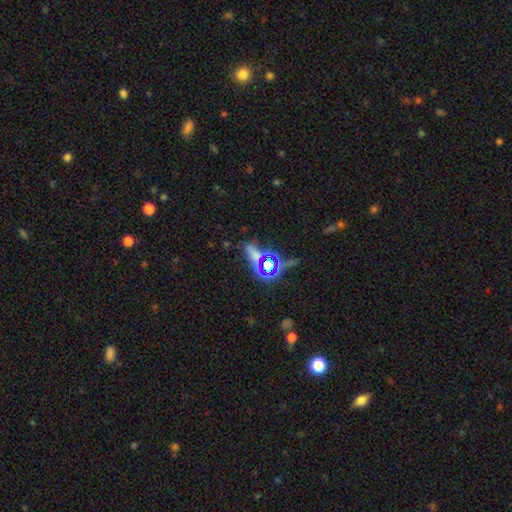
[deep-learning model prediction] This is possibly a star or artifact rather than a galaxy (51%).